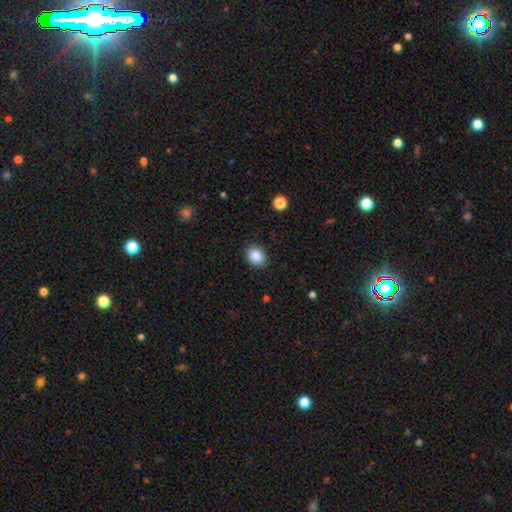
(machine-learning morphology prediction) smooth-or-featured: smooth: 87% | star or artifact: 9% | featured or disk: 4%
  how-rounded: round: 52% | in between: 47% | cigar-shaped: 1%
  merging: none: 88% | minor disturbance: 9% | major disturbance: 2% | merger: 1%